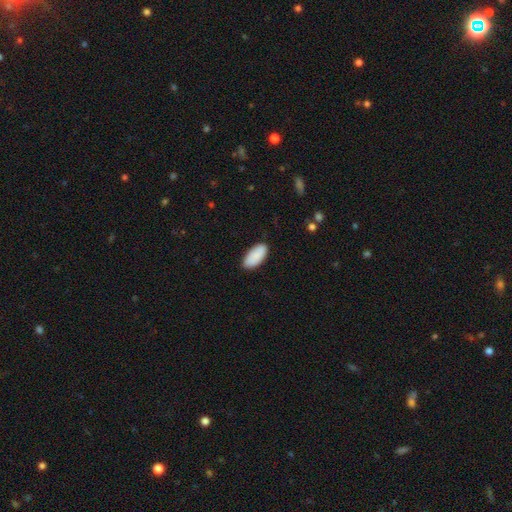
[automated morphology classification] This appears to be a smooth galaxy with no disk features (89%) that is in between round and cigar-shaped (94%). Merging: none (86%).